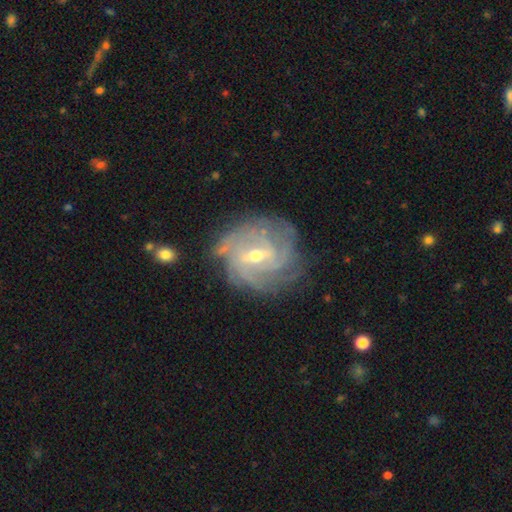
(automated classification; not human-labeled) Smooth or featured? Predicted: featured or disk (p=0.87). Edge-on disk? Predicted: no (p=0.97). Bar? Predicted: weak (p=0.57). Spiral arms? Predicted: yes (p=0.95). Spiral winding? Predicted: tight (p=0.62). Spiral arm count? Predicted: can't tell (p=0.33). Bulge size? Predicted: moderate (p=0.50). Merging? Predicted: none (p=0.71).